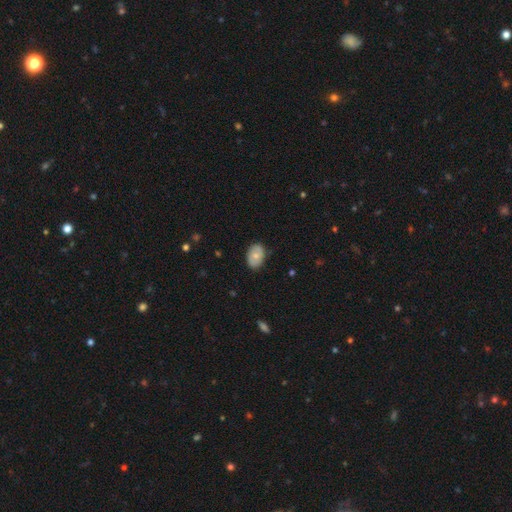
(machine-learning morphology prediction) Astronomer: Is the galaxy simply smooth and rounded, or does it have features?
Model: smooth — 68%.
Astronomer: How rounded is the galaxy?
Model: in between — 83%.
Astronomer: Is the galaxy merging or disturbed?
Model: none — 83%.